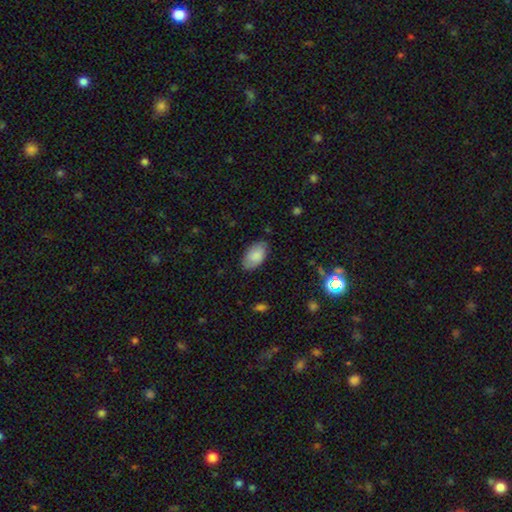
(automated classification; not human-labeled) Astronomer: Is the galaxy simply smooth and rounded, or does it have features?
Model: smooth — 84%.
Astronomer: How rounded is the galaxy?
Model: in between — 95%.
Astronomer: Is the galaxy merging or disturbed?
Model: none — 80%.